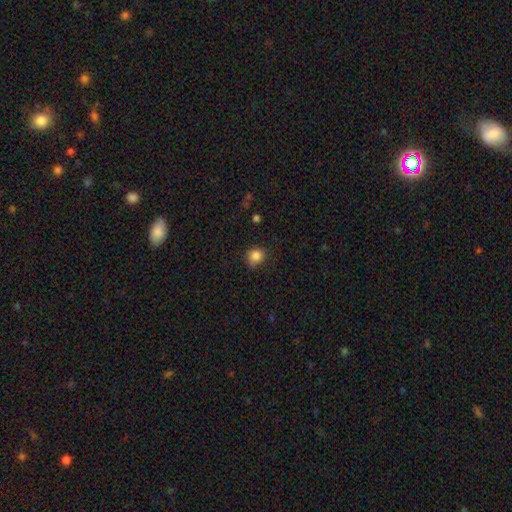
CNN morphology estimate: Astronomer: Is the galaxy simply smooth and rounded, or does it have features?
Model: smooth — 84%.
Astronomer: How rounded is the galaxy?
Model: round — 75%.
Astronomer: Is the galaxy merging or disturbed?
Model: none — 71%.